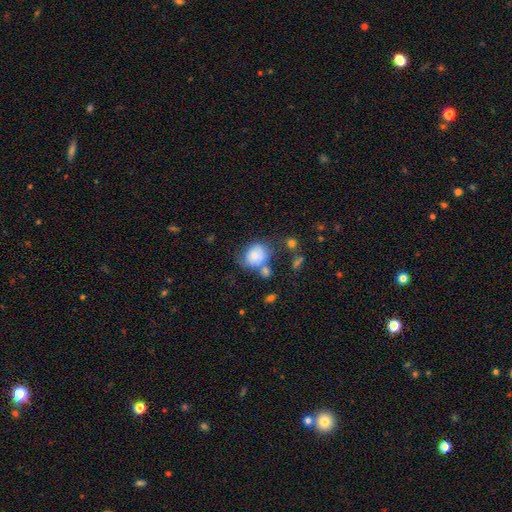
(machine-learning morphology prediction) This appears to be a smooth galaxy with no disk features (75%) that is round (61%). Merging: none (43%).